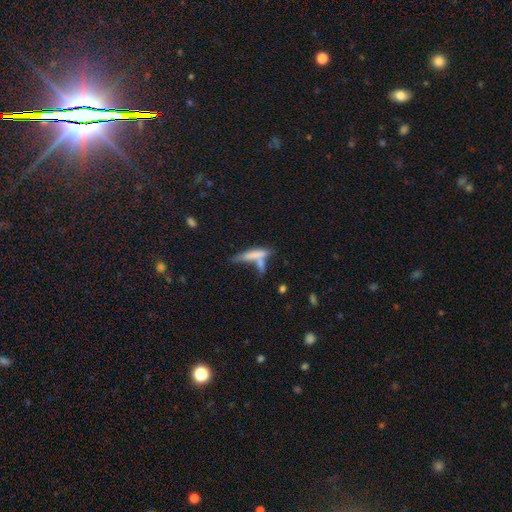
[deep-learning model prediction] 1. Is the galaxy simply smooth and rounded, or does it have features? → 69% smooth, 23% featured or disk, 8% star or artifact.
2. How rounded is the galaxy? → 81% cigar-shaped, 17% in between, 2% round.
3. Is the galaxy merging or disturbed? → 39% none, 37% merger, 15% minor disturbance, 9% major disturbance.